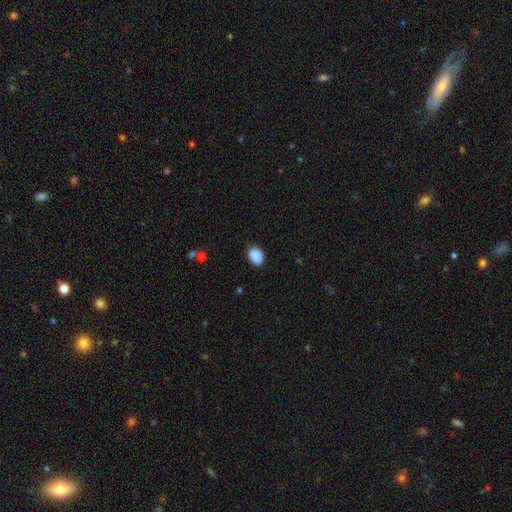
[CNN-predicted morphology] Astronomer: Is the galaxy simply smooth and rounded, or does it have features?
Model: smooth — 89%.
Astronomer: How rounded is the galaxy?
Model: in between — 77%.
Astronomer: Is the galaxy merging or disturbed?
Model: none — 81%.